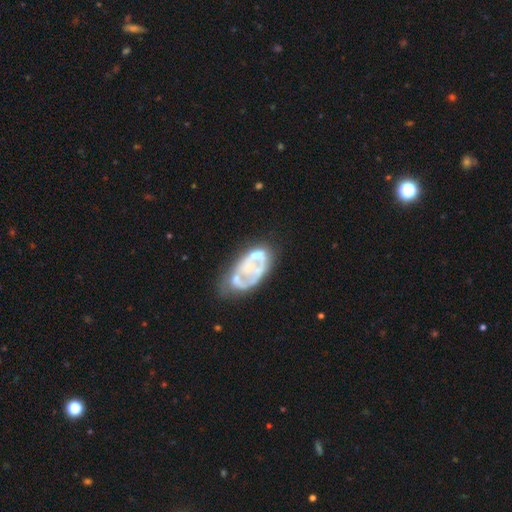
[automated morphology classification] Smooth or featured?
  - featured or disk: 65% *
  - smooth: 27%
  - star or artifact: 8%
Edge-on disk?
  - no: 97% *
  - yes: 3%
Bar?
  - no: 86% *
  - weak: 11%
  - strong: 4%
Spiral arms?
  - no: 75% *
  - yes: 25%
Bulge size?
  - none: 52% *
  - moderate: 20%
  - small: 19%
  - large: 6%
  - dominant: 2%
Merging?
  - none: 34% *
  - major disturbance: 28%
  - minor disturbance: 25%
  - merger: 14%